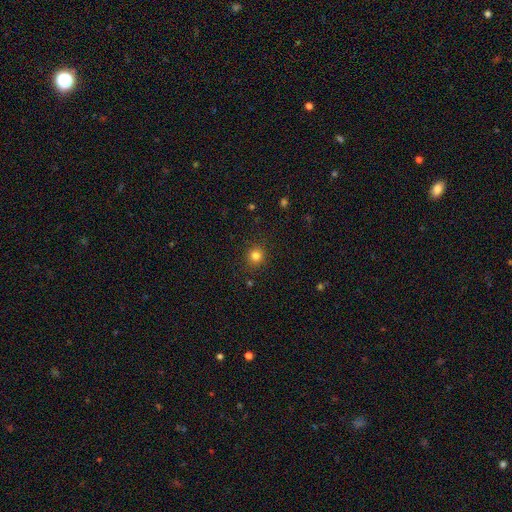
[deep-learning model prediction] Q: Smooth or featured?
A: smooth (81%); runner-up: star or artifact (14%)
Q: How rounded?
A: round (91%); runner-up: in between (8%)
Q: Merging?
A: none (90%); runner-up: minor disturbance (6%)